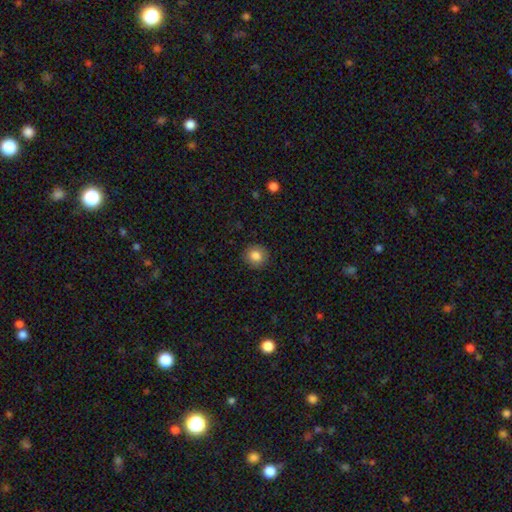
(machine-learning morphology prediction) Q: Smooth or featured?
A: smooth (85%); runner-up: star or artifact (9%)
Q: How rounded?
A: round (89%); runner-up: in between (10%)
Q: Merging?
A: none (90%); runner-up: minor disturbance (7%)